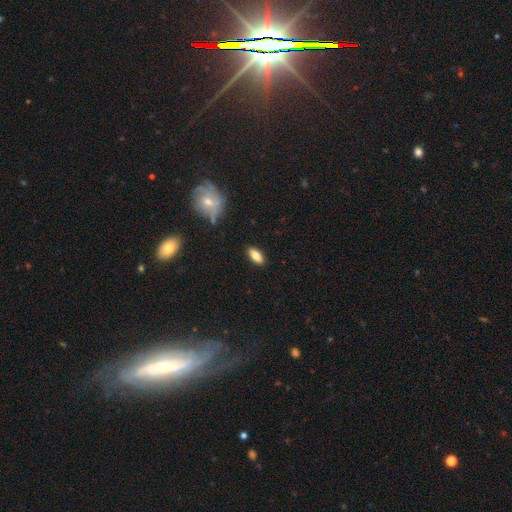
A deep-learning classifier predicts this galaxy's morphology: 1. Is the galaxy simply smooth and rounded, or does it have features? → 82% smooth, 10% featured or disk, 8% star or artifact.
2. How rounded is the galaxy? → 84% in between, 13% cigar-shaped, 3% round.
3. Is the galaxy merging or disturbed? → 87% none, 10% minor disturbance, 2% major disturbance, 1% merger.